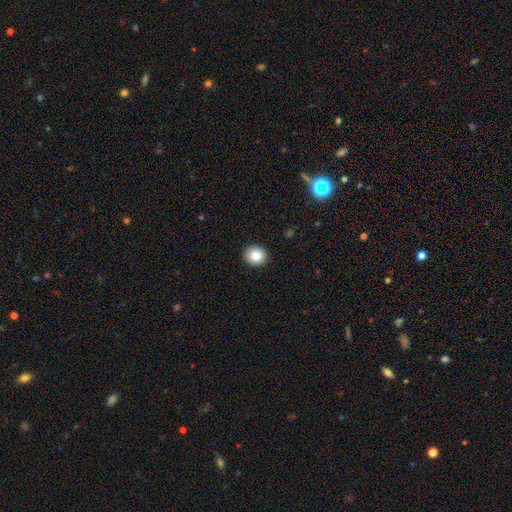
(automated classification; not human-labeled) smooth_or_featured: smooth (p=0.84) [alt: star or artifact p=0.09]
how_rounded: round (p=0.86) [alt: in between p=0.13]
merging: none (p=0.92) [alt: minor disturbance p=0.05]